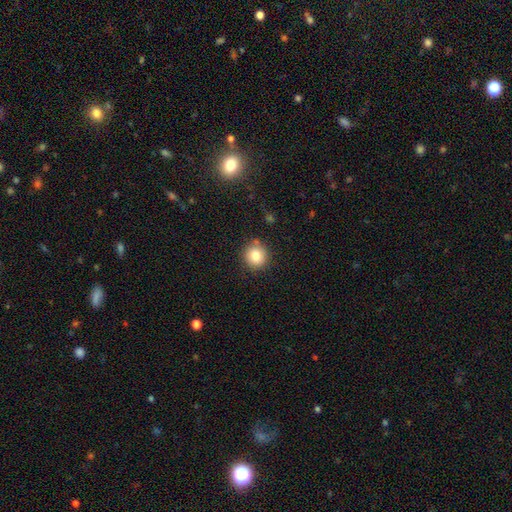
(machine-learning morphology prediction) Q: Smooth or featured?
A: smooth (82%); runner-up: star or artifact (10%)
Q: How rounded?
A: round (90%); runner-up: in between (9%)
Q: Merging?
A: none (84%); runner-up: minor disturbance (10%)